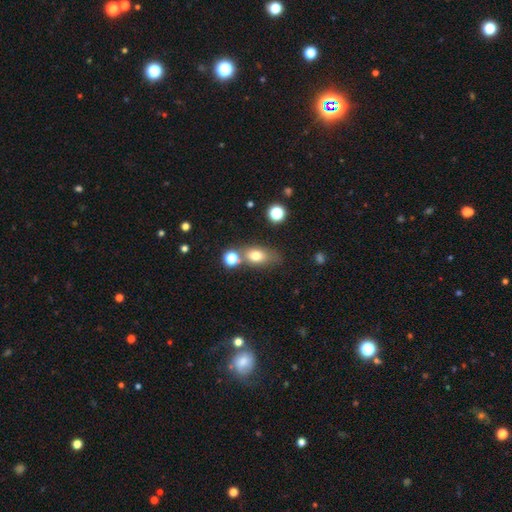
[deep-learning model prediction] A smooth galaxy with no disk features (74%) that is in between round and cigar-shaped (69%). Merging: none (55%).